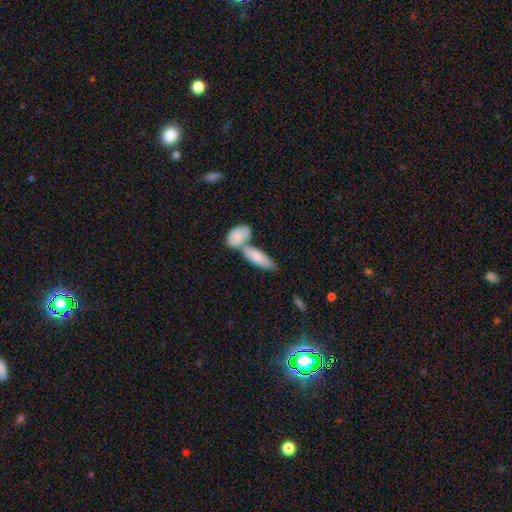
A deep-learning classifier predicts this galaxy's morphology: type=smooth (68%); roundness=in between (68%); merging=merger (49%).